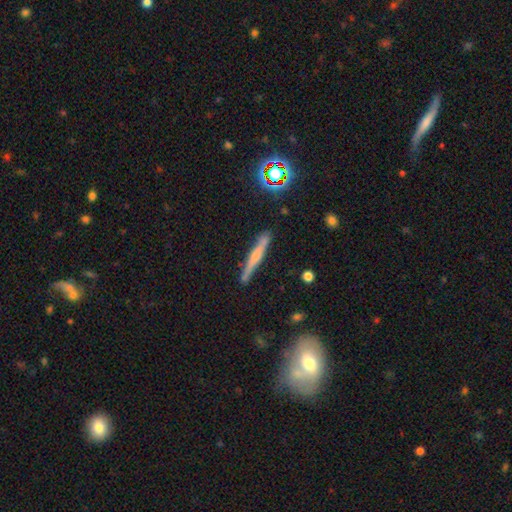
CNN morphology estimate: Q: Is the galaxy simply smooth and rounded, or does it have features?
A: featured or disk — 53%.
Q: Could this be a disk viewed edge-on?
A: yes — 95%.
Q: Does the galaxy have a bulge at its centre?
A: rounded — 60%.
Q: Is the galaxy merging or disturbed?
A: none — 84%.